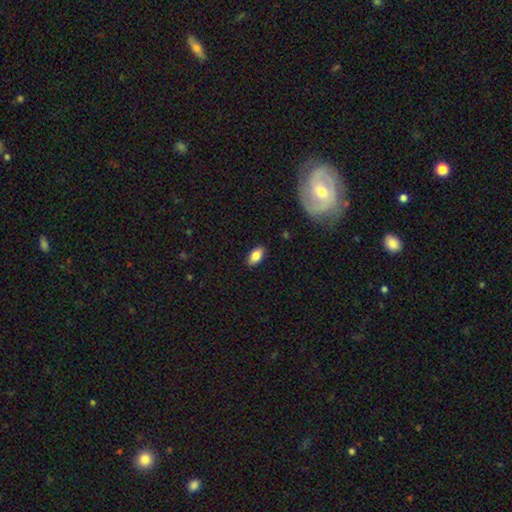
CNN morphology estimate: This is clearly a smooth galaxy (82%). How rounded: clearly in between (91%). Merging: clearly none (88%).